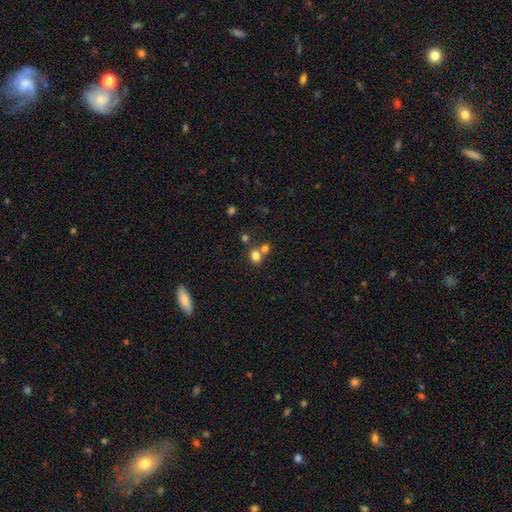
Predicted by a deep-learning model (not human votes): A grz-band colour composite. It shows a smooth galaxy with no disk features (78%) that is round (59%). Merging: none (48%).